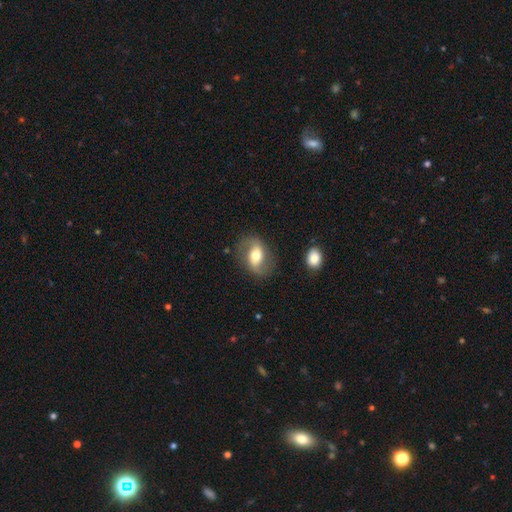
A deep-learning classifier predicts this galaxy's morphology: This is possibly a featured or disk galaxy (52%). It is clearly not viewed edge-on (93%). Merging: likely none (73%).